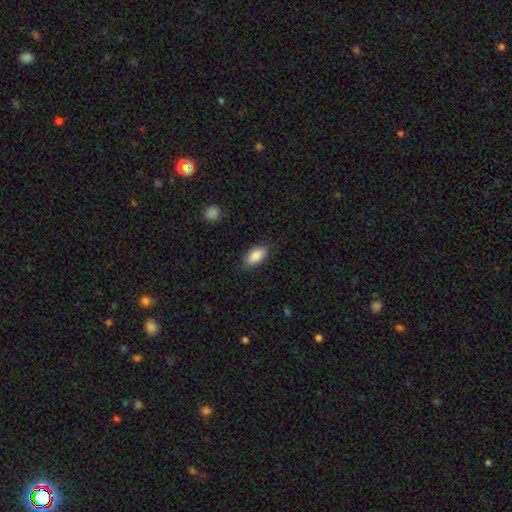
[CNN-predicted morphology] Smooth or featured?
  - smooth: 88% *
  - star or artifact: 7%
  - featured or disk: 6%
How rounded?
  - in between: 92% *
  - cigar-shaped: 5%
  - round: 3%
Merging?
  - none: 83% *
  - minor disturbance: 13%
  - major disturbance: 3%
  - merger: 1%